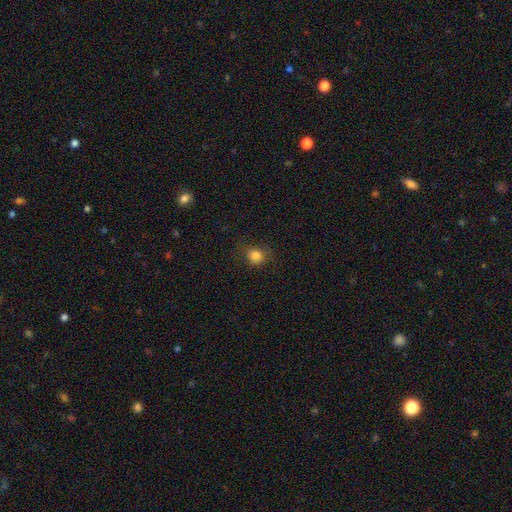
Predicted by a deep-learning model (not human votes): Smooth or featured?
  - smooth: 83% *
  - star or artifact: 12%
  - featured or disk: 5%
How rounded?
  - round: 75% *
  - in between: 24%
  - cigar-shaped: 1%
Merging?
  - none: 79% *
  - minor disturbance: 15%
  - major disturbance: 5%
  - merger: 1%